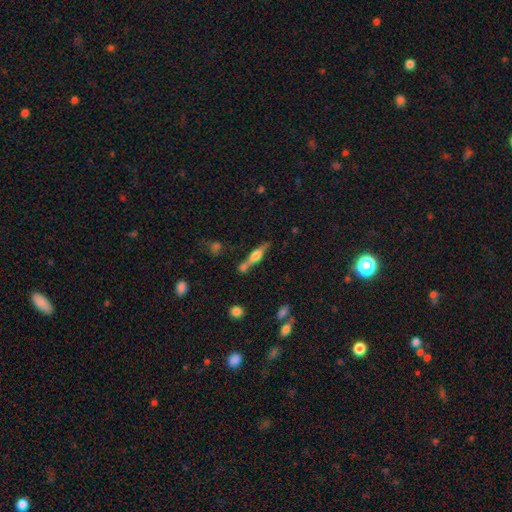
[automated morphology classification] The model was most divided on "smooth or featured": featured or disk: 64%, smooth: 29%, star or artifact: 7%. More confident: edge-on disk — yes (95%); edge-on bulge — rounded (85%); merging — none (67%).